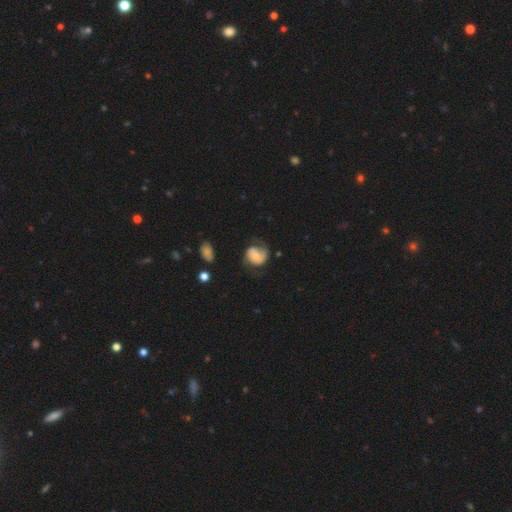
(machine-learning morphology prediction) type=featured or disk (64%); edge-on=no (97%); bar=no (59%); spiral arms=yes (87%); winding=medium (42%); arm count=2 (66%); bulge=moderate (45%); merging=none (54%).